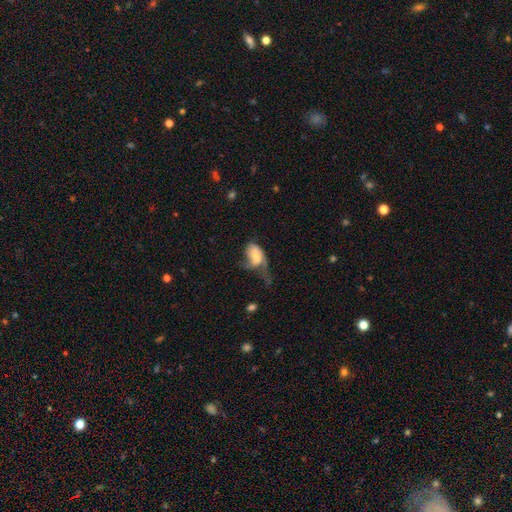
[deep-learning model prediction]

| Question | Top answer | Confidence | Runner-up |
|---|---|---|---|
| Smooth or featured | smooth | 52% | featured or disk (40%) |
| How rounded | in between | 88% | round (10%) |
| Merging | major disturbance | 55% | minor disturbance (22%) |